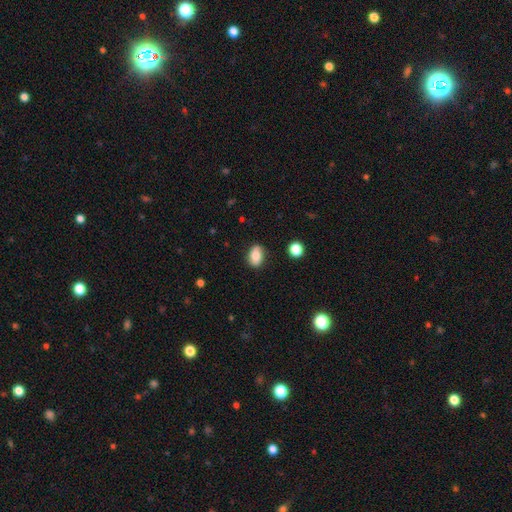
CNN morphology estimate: This is likely a smooth galaxy (76%). How rounded: likely in between (80%). Merging: clearly none (80%).